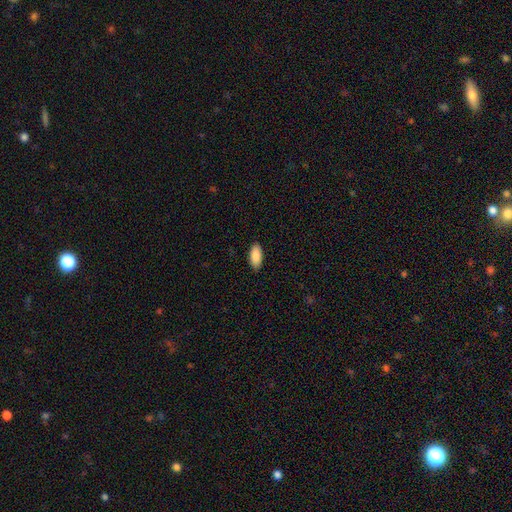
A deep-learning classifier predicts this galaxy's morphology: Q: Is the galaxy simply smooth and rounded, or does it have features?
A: smooth — 89%.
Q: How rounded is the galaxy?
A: in between — 89%.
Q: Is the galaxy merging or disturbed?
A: none — 89%.